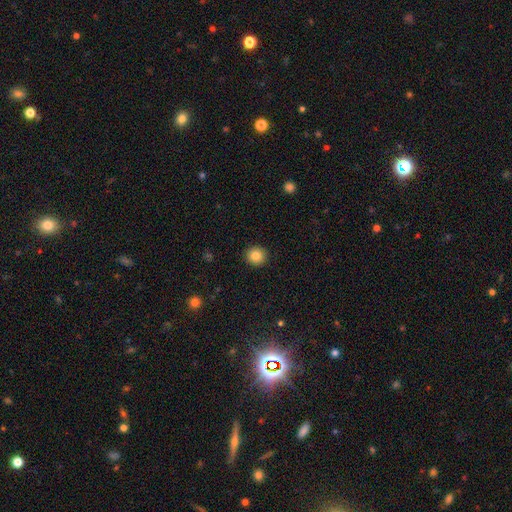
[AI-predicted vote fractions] Overall: smooth (84%). How rounded: round (92%). Merging: none (92%).